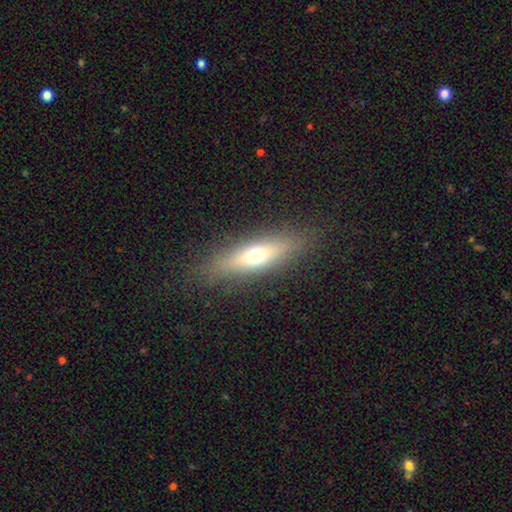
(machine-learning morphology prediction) Q: Smooth or featured?
A: smooth (57%); runner-up: featured or disk (35%)
Q: How rounded?
A: cigar-shaped (56%); runner-up: in between (41%)
Q: Merging?
A: none (84%); runner-up: minor disturbance (11%)